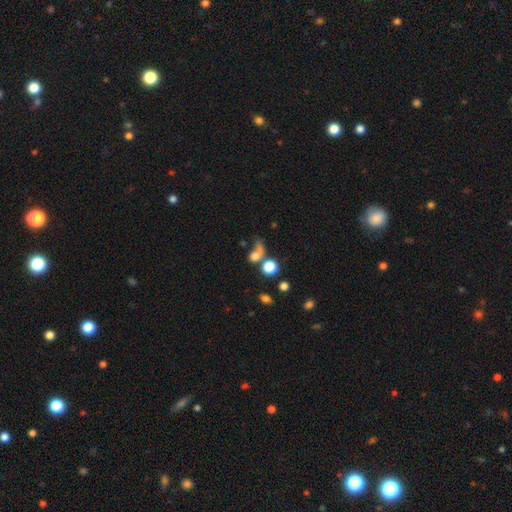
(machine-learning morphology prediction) The model was most divided on "merging": merger: 32%, none: 30%, major disturbance: 25%, minor disturbance: 12%. More confident: smooth or featured — smooth (65%); how rounded — round (63%).